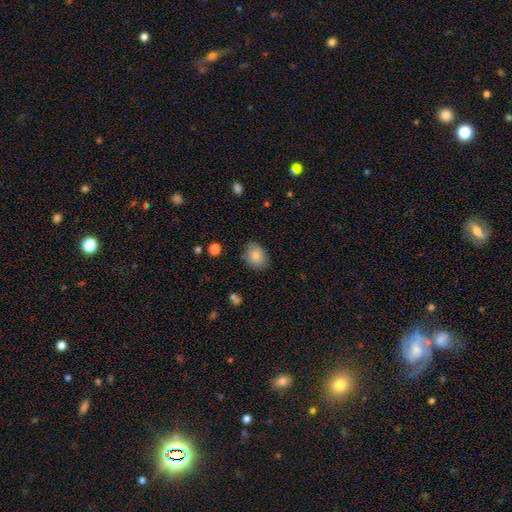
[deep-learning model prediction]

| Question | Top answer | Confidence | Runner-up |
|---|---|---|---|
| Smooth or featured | smooth | 85% | star or artifact (8%) |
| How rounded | in between | 63% | round (36%) |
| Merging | none | 80% | minor disturbance (15%) |